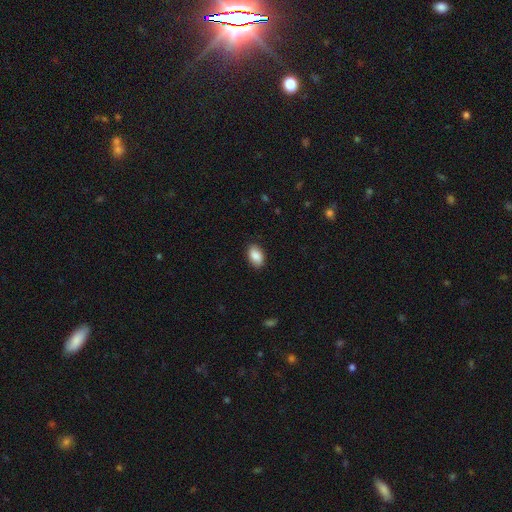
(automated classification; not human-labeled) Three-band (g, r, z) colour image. It shows a smooth galaxy with no disk features (89%) that is in between round and cigar-shaped (92%). Merging: none (87%).